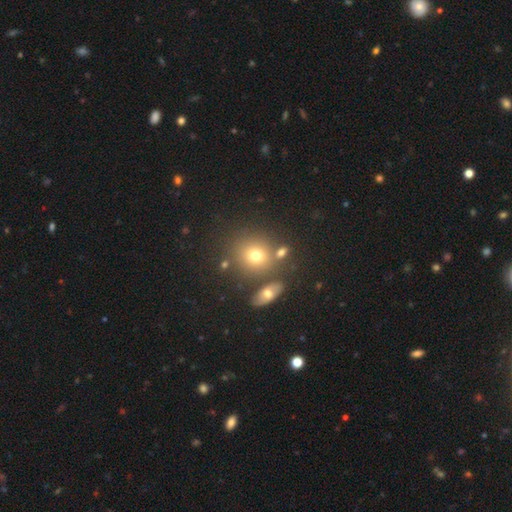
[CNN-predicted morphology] smooth-or-featured: smooth: 72% | star or artifact: 14% | featured or disk: 14%
  how-rounded: round: 78% | in between: 21% | cigar-shaped: 1%
  merging: none: 70% | merger: 15% | minor disturbance: 11% | major disturbance: 4%